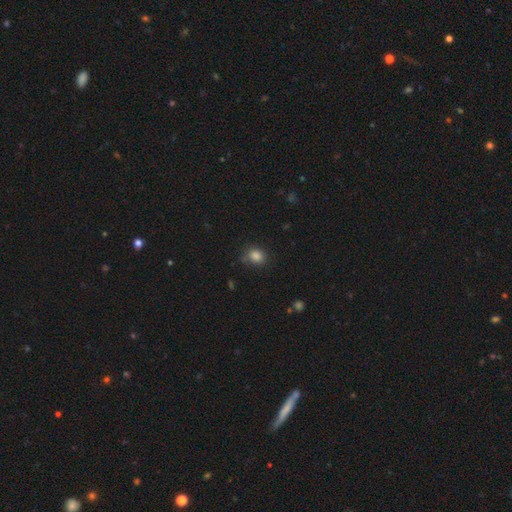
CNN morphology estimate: This is clearly a smooth galaxy (84%). How rounded: likely round (61%). Merging: likely none (73%).